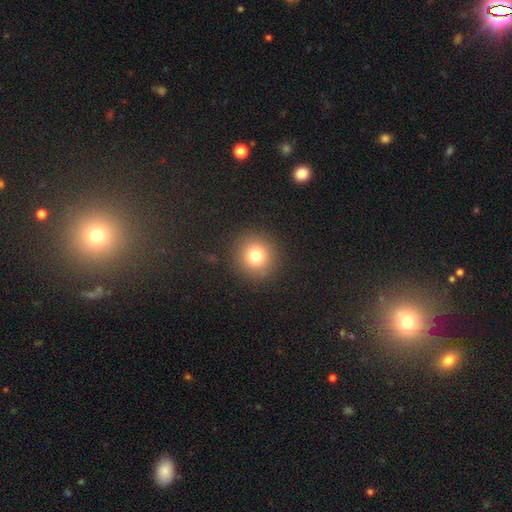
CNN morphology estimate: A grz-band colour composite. It shows a smooth galaxy with no disk features (78%) that is round (93%). Merging: none (90%).